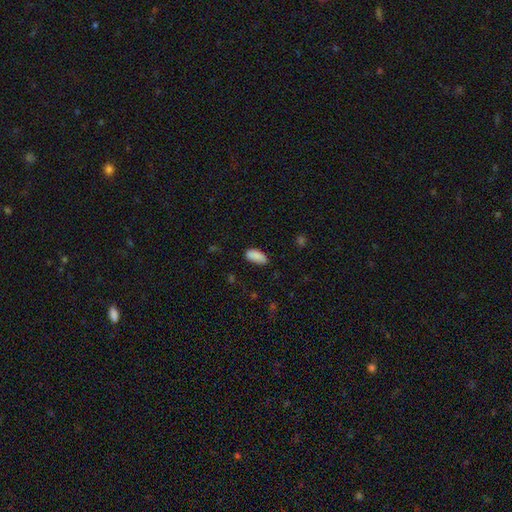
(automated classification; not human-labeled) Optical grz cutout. It shows a smooth galaxy with no disk features (88%) that is in between round and cigar-shaped (91%). Merging: none (74%).